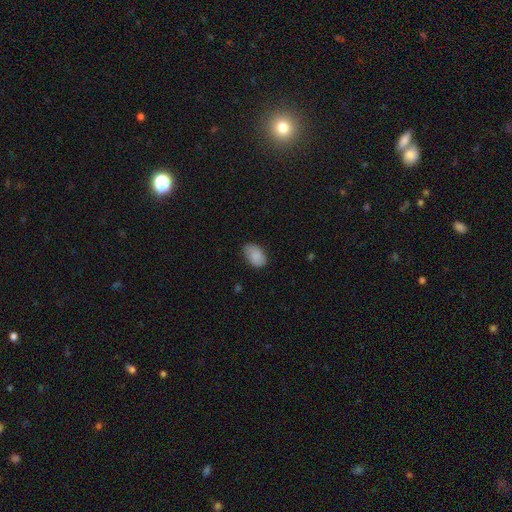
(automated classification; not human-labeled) Smooth or featured? smooth (87%)
How rounded? in between (90%)
Merging? none (69%)